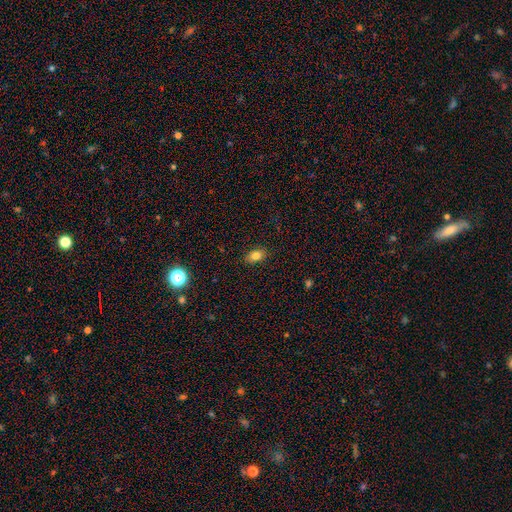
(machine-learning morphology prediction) A smooth galaxy with no disk features (81%) that is in between round and cigar-shaped (83%). Merging: none (88%).